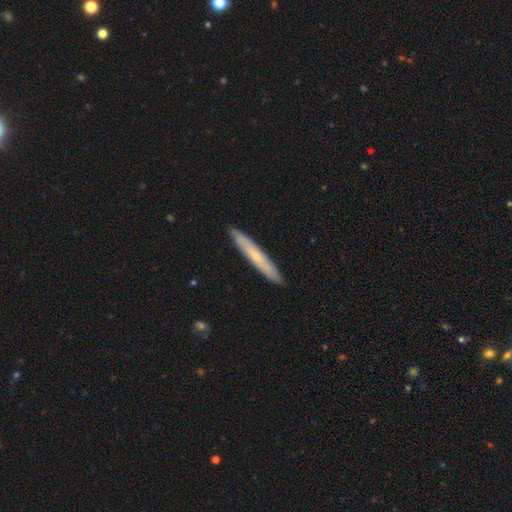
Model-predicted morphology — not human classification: Q: Smooth or featured?
A: smooth (55%); runner-up: featured or disk (39%)
Q: How rounded?
A: cigar-shaped (96%); runner-up: in between (3%)
Q: Merging?
A: none (91%); runner-up: minor disturbance (7%)